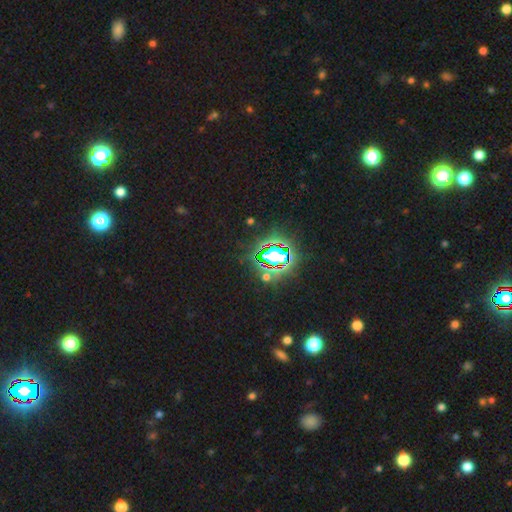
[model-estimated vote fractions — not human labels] A star or artifact, not a galaxy (82%).

Vote fractions:
- Smooth or featured? star or artifact: 82% / smooth: 11% / featured or disk: 7%